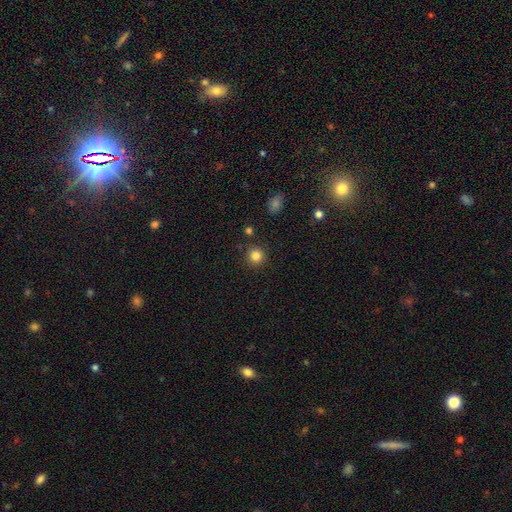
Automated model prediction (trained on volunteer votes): Smooth or featured: smooth — 84% (star or artifact — 12%)
How rounded: round — 94% (in between — 5%)
Merging: none — 88% (minor disturbance — 6%)